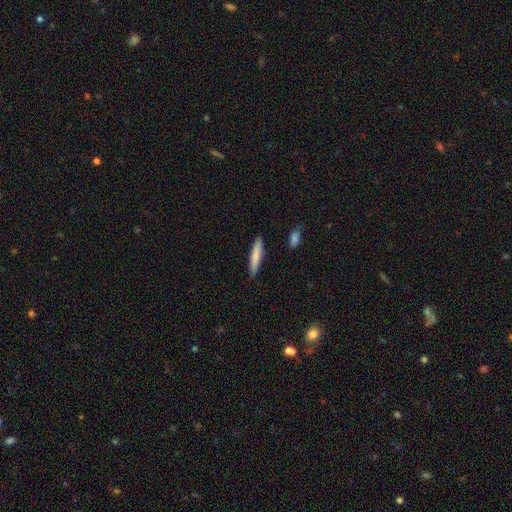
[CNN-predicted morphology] smooth_or_featured: smooth (p=0.80) [alt: featured or disk p=0.14]
how_rounded: cigar-shaped (p=0.88) [alt: in between p=0.11]
merging: none (p=0.89) [alt: minor disturbance p=0.08]